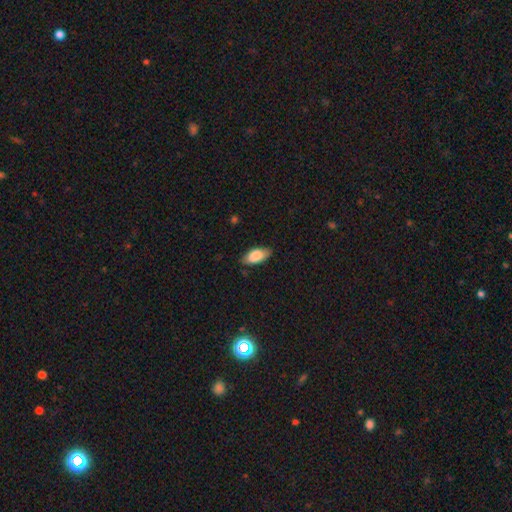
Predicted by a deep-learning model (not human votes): Smooth or featured: smooth — 83% (featured or disk — 10%)
How rounded: in between — 90% (cigar-shaped — 7%)
Merging: none — 79% (minor disturbance — 17%)